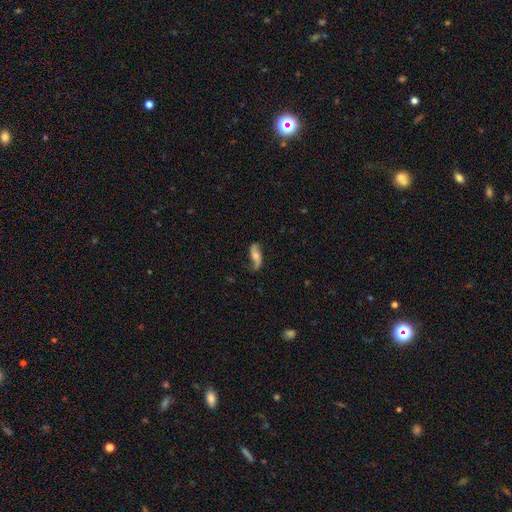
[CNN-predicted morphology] This is likely a featured or disk galaxy (67%). It is clearly not viewed edge-on (87%). Bar: likely no (64%). Spiral arm pattern: clearly yes (90%). Spiral arm count: clearly 2 (90%). Spiral winding: clearly loose (81%). Central bulge: possibly moderate (59%). Merging: likely none (71%).